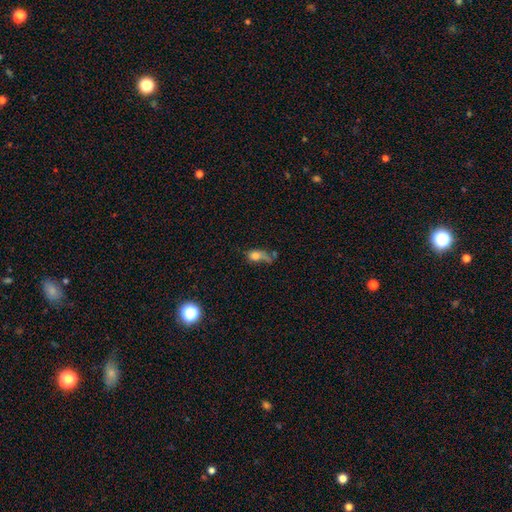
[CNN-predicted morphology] smooth_or_featured: smooth (p=0.68) [alt: featured or disk p=0.19]
how_rounded: in between (p=0.65) [alt: round p=0.27]
merging: major disturbance (p=0.32) [alt: none p=0.26]